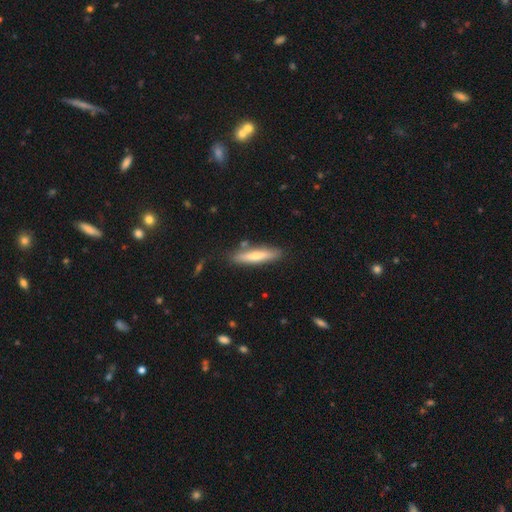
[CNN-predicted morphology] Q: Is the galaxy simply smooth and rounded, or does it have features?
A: smooth — 53%.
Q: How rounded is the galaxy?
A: cigar-shaped — 85%.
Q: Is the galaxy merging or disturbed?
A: none — 83%.